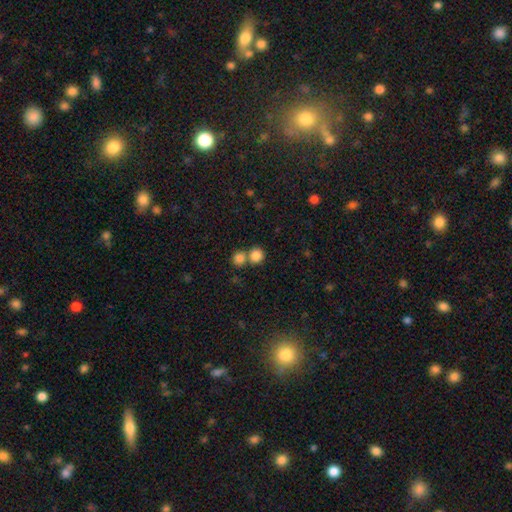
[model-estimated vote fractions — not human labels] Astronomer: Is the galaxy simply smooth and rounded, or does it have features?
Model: smooth — 84%.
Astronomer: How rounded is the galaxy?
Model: round — 89%.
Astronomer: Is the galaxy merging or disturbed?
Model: none — 53% (runner-up: merger, 38%).